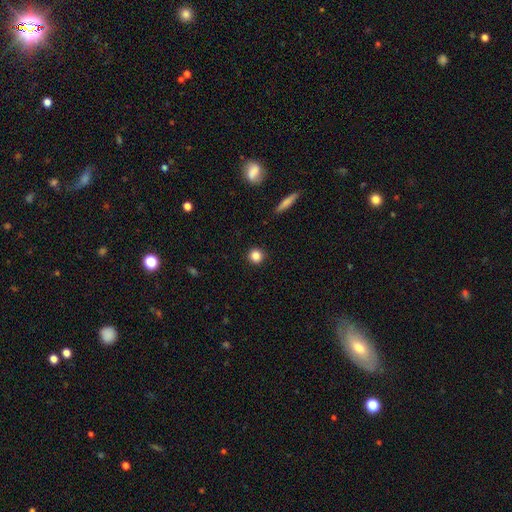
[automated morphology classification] This appears to be a smooth galaxy with no disk features (85%) that is round (93%). Merging: none (92%).